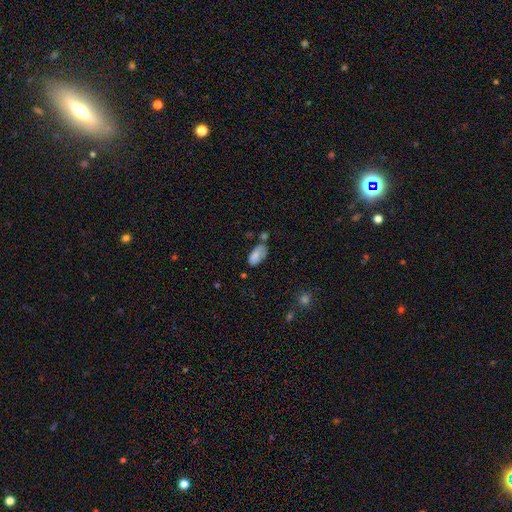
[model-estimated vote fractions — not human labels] Q: Smooth or featured?
A: smooth (78%); runner-up: featured or disk (14%)
Q: How rounded?
A: in between (93%); runner-up: cigar-shaped (4%)
Q: Merging?
A: none (46%); runner-up: minor disturbance (30%)